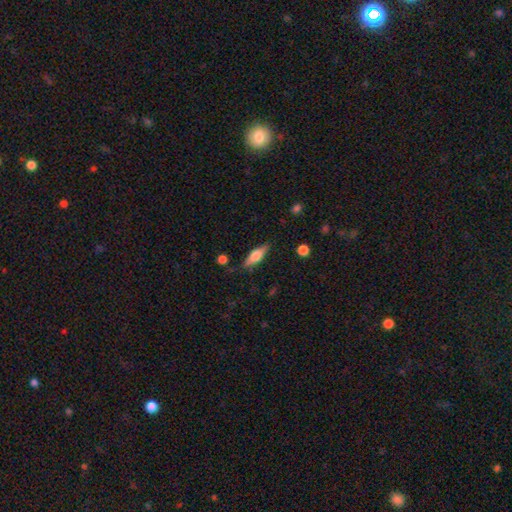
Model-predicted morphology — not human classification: Smooth or featured? smooth (53%)
How rounded? in between (55%)
Merging? none (82%)